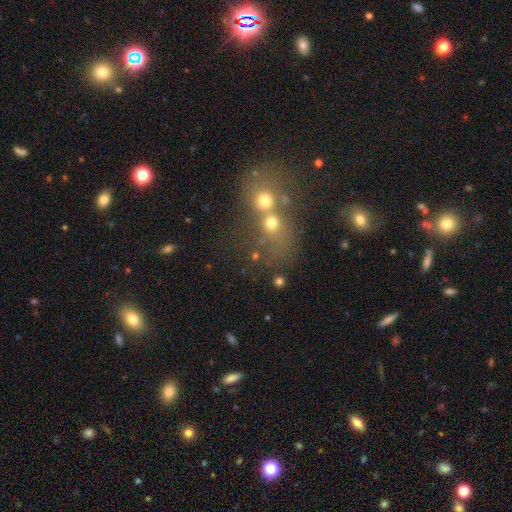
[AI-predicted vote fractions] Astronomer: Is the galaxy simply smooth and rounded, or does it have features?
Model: smooth — 54%.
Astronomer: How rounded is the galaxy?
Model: round — 68%.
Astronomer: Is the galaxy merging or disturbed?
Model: merger — 65%.